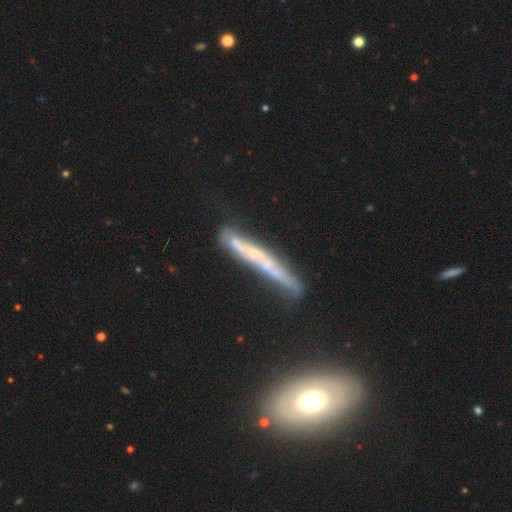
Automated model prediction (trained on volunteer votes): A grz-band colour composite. It shows a featured or disk galaxy (66%) viewed edge-on (84%) with no central bulge (70%). Merging: none (62%).